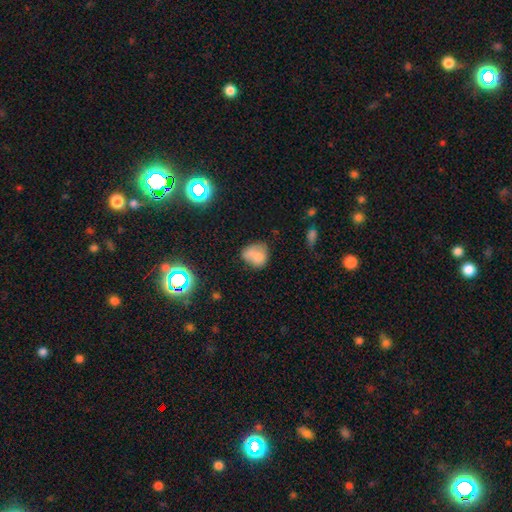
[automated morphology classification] This is likely a smooth galaxy (71%). How rounded: possibly round (54%). Merging: marginally none (40%).